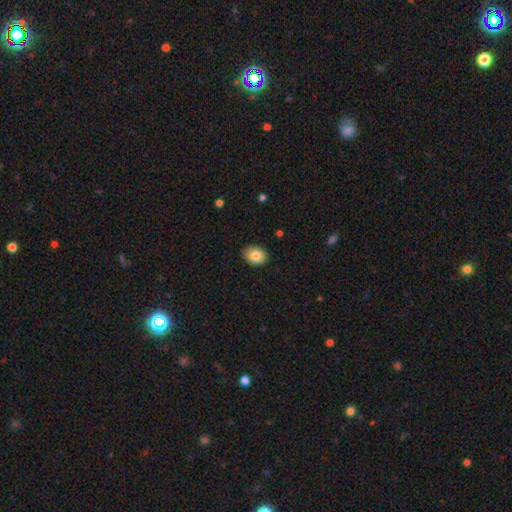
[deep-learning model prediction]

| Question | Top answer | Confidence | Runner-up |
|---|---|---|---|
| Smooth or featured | smooth | 83% | featured or disk (9%) |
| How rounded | in between | 67% | round (32%) |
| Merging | none | 87% | minor disturbance (11%) |